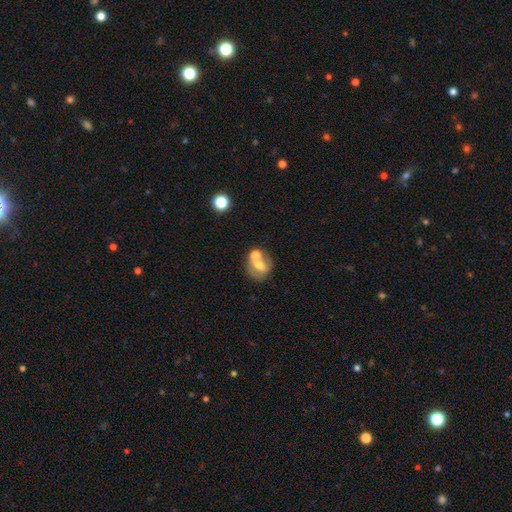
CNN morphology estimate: Smooth or featured? Predicted: smooth (p=0.60). How rounded? Predicted: round (p=0.69). Merging? Predicted: merger (p=0.41, tied with none).